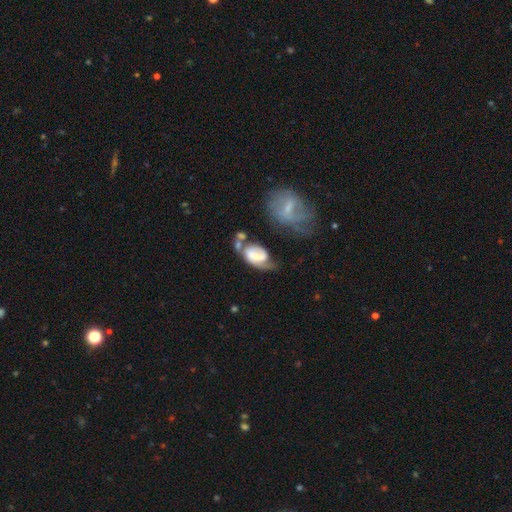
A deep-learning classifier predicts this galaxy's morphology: smooth-or-featured: featured or disk: 59% | smooth: 33% | star or artifact: 7%
  disk-edge-on: no: 96% | yes: 4%
    bar: weak: 42% | no: 38% | strong: 20%
    has-spiral-arms: yes: 76% | no: 24%
    bulge-size: small: 38% | moderate: 33% | none: 14% | large: 12% | dominant: 3%
  merging: merger: 28% | none: 27% | minor disturbance: 22% | major disturbance: 22%